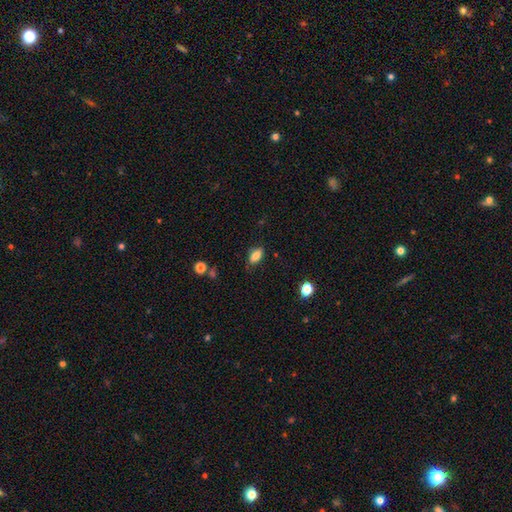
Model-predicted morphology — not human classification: type=smooth (82%); roundness=in between (87%); merging=none (75%).